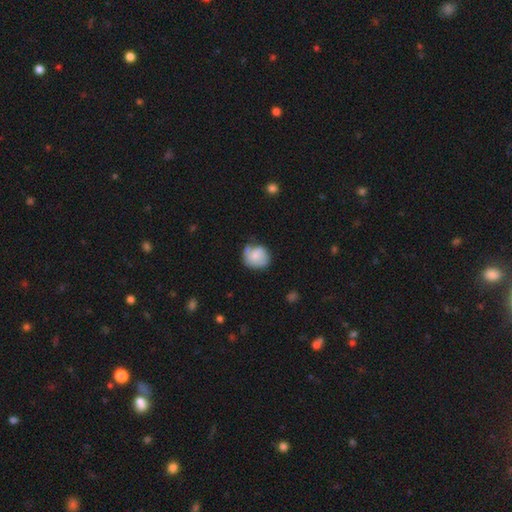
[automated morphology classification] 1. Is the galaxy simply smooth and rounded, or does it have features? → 61% smooth, 31% featured or disk, 7% star or artifact.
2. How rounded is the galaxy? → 73% round, 26% in between, 1% cigar-shaped.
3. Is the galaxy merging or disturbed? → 54% none, 31% minor disturbance, 12% major disturbance, 4% merger.